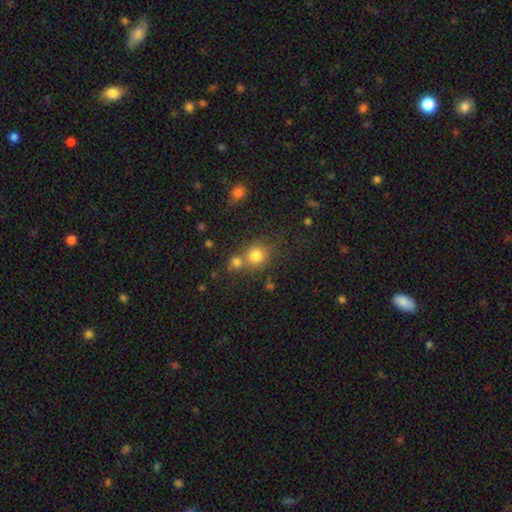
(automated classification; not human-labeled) A smooth galaxy with no disk features (79%) that is round (85%). Merging: none (52%).